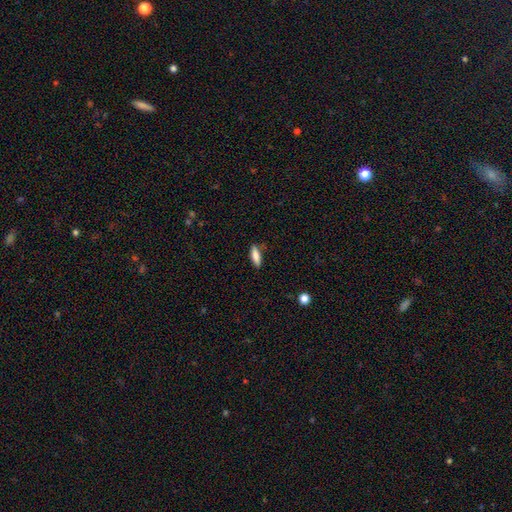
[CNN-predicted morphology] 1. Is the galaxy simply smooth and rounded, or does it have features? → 83% smooth, 10% featured or disk, 7% star or artifact.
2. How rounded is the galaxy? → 52% in between, 46% cigar-shaped, 2% round.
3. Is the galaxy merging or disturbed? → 82% none, 13% minor disturbance, 3% major disturbance, 2% merger.